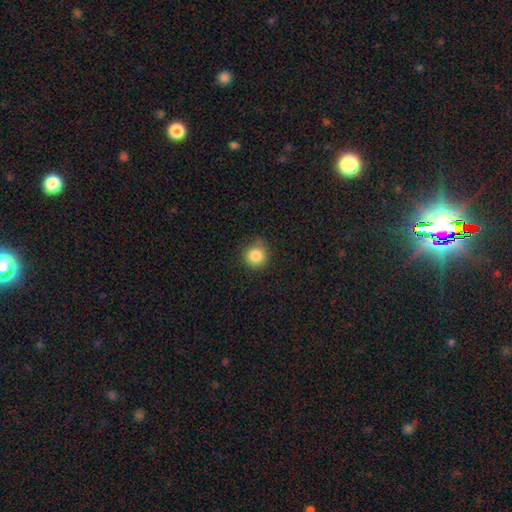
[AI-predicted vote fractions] A smooth galaxy with no disk features (85%) that is round (93%). Merging: none (78%).